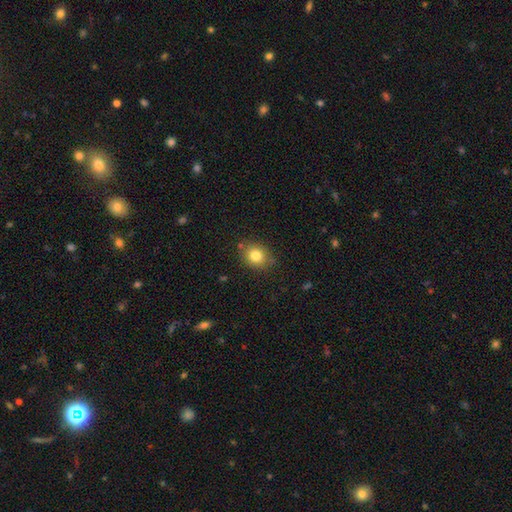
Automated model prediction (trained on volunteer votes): Overall: smooth (81%). How rounded: round (63%; in between 37%). Merging: none (81%).